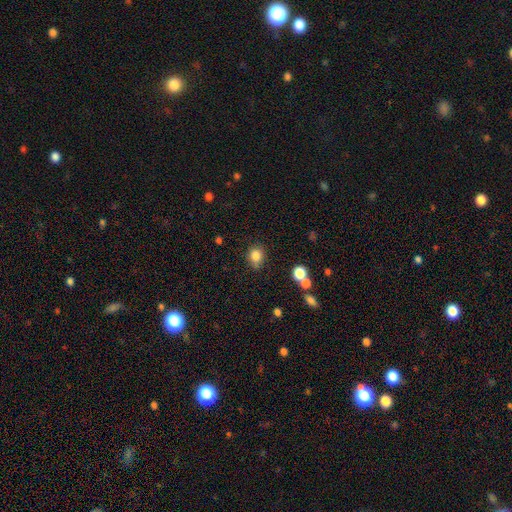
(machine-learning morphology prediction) Overall: smooth (83%). How rounded: round (61%; in between 38%). Merging: none (73%).